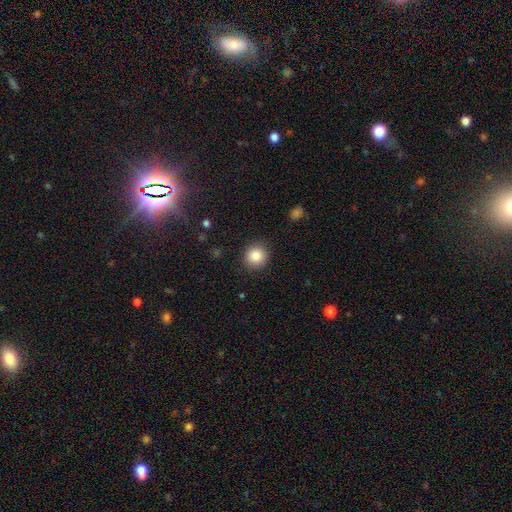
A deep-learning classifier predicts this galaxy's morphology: A smooth galaxy with no disk features (85%) that is round (91%).

Vote fractions:
- Smooth or featured? smooth: 85% / star or artifact: 9% / featured or disk: 5%
- How rounded? round: 91% / in between: 8% / cigar-shaped: 1%
- Merging? none: 90% / minor disturbance: 7% / major disturbance: 2% / merger: 1%